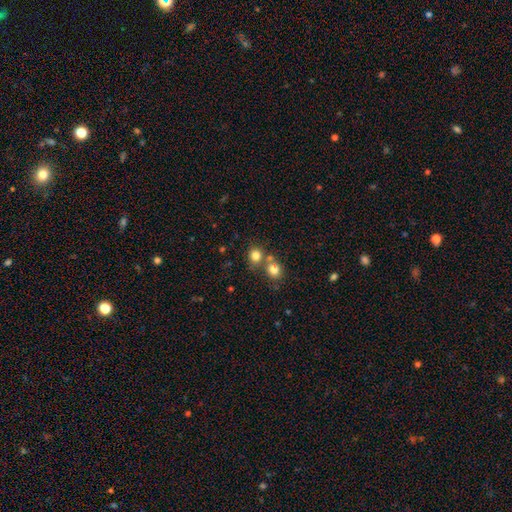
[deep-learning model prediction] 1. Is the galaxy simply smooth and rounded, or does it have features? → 79% smooth, 13% star or artifact, 8% featured or disk.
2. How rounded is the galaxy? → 79% round, 20% in between, 1% cigar-shaped.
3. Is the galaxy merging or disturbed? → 52% none, 37% merger, 8% minor disturbance, 3% major disturbance.